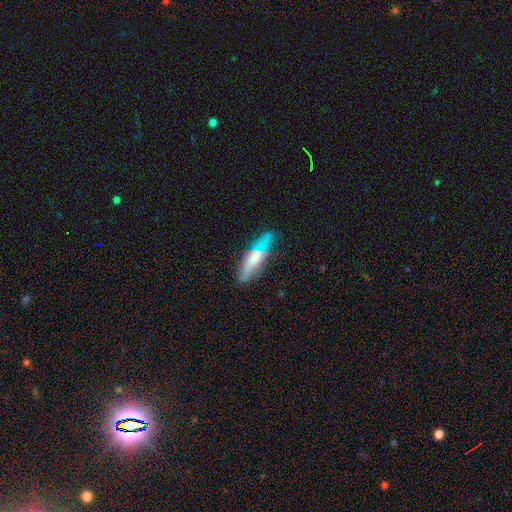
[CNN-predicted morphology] smooth_or_featured: smooth (p=0.55) [alt: featured or disk p=0.37]
how_rounded: cigar-shaped (p=0.70) [alt: in between p=0.28]
merging: none (p=0.65) [alt: minor disturbance p=0.24]